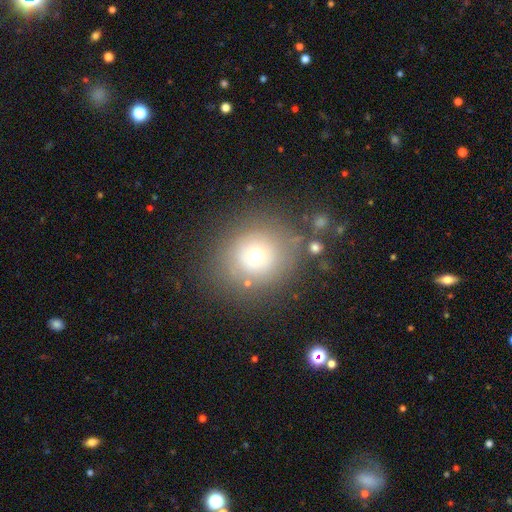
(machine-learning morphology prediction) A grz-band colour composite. It shows a smooth galaxy with no disk features (67%) that is round (87%). Merging: none (77%).